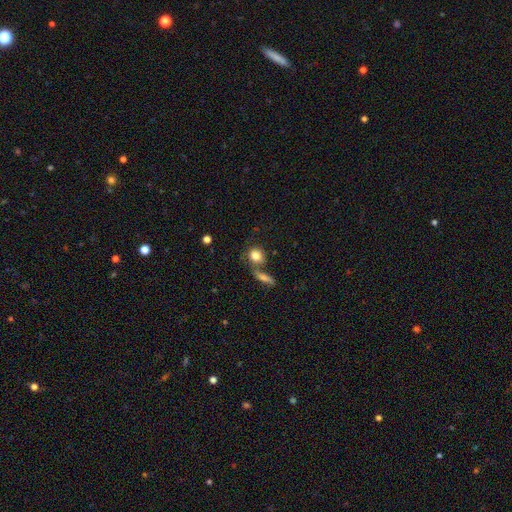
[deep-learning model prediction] smooth-or-featured: smooth: 81% | featured or disk: 10% | star or artifact: 9%
  how-rounded: round: 75% | in between: 22% | cigar-shaped: 3%
  merging: none: 54% | merger: 29% | minor disturbance: 12% | major disturbance: 5%